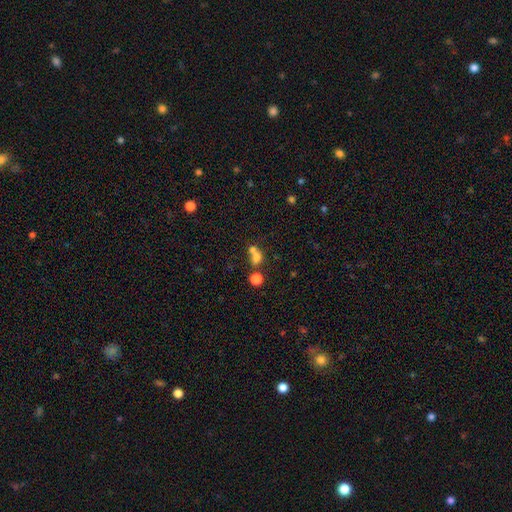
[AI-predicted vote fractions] This is likely a smooth galaxy (67%). How rounded: possibly round (55%). Merging: possibly merger (55%).